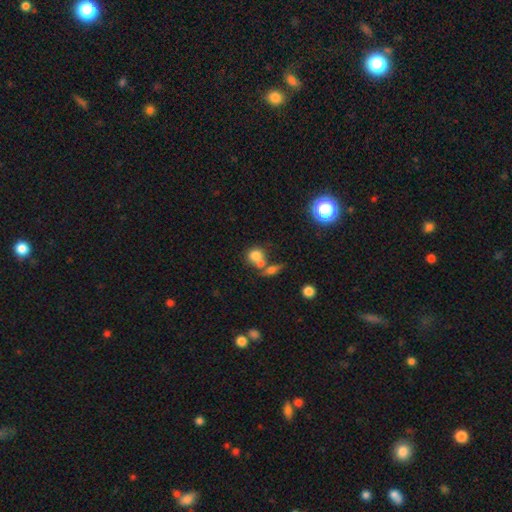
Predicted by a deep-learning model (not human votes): Smooth or featured? smooth (74%)
How rounded? round (72%)
Merging? merger (47%)